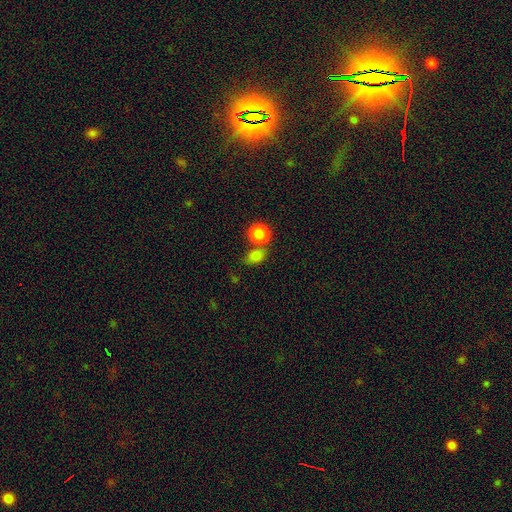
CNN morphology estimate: A smooth galaxy with no disk features (83%) that is in between round and cigar-shaped (51%).

Vote fractions:
- Smooth or featured? smooth: 83% / star or artifact: 10% / featured or disk: 7%
- How rounded? in between: 51% / round: 47% / cigar-shaped: 2%
- Merging? none: 50% / merger: 35% / minor disturbance: 10% / major disturbance: 4%